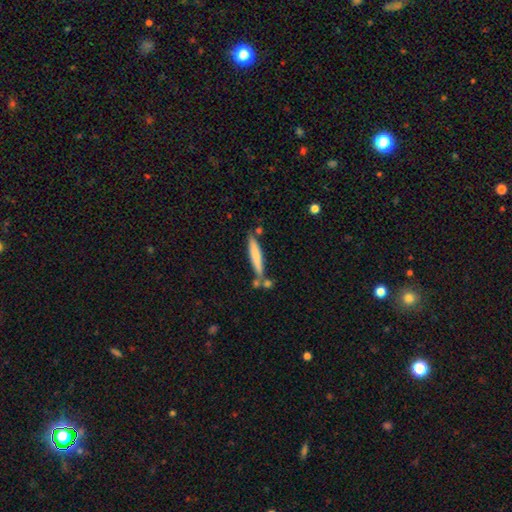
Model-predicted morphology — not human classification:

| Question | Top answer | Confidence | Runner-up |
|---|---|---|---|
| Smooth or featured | smooth | 71% | featured or disk (23%) |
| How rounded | cigar-shaped | 92% | in between (7%) |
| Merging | none | 69% | minor disturbance (15%) |